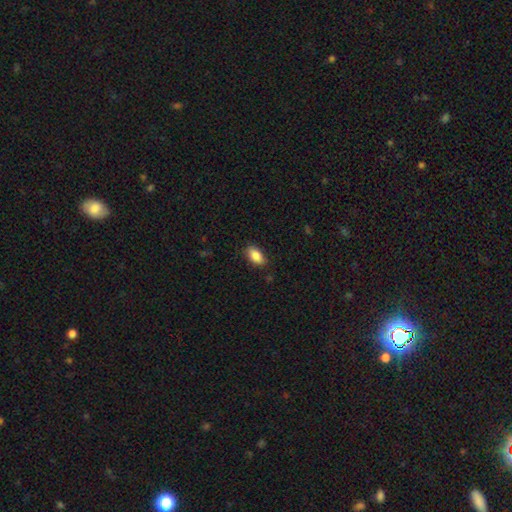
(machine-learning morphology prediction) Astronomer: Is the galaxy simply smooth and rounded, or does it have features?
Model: smooth — 87%.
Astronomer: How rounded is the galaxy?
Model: in between — 92%.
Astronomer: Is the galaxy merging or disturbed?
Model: none — 85%.